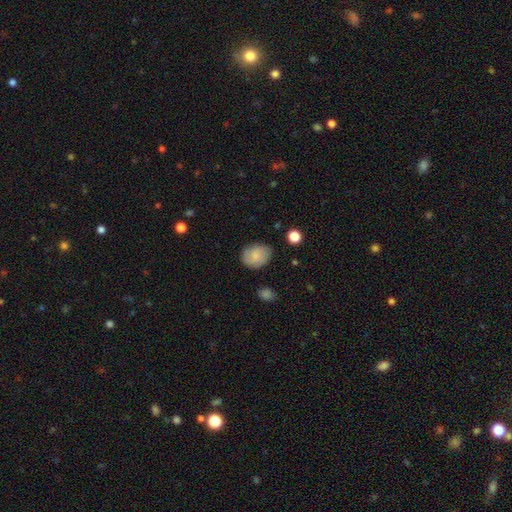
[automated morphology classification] smooth-or-featured: smooth: 80% | featured or disk: 13% | star or artifact: 7%
  how-rounded: in between: 53% | round: 46% | cigar-shaped: 1%
  merging: none: 77% | minor disturbance: 18% | major disturbance: 4% | merger: 2%